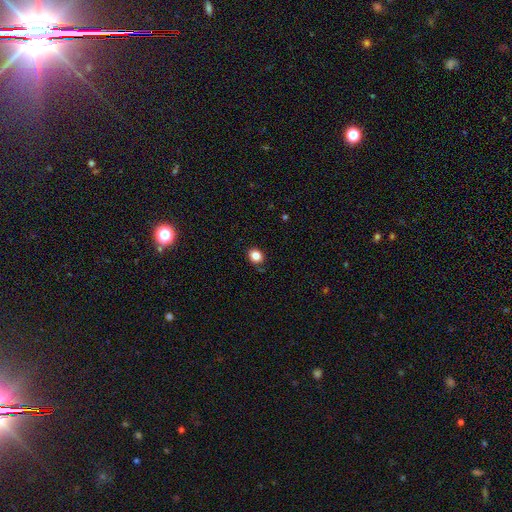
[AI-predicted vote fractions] Smooth or featured? Predicted: smooth (p=0.84). How rounded? Predicted: round (p=0.63). Merging? Predicted: none (p=0.83).